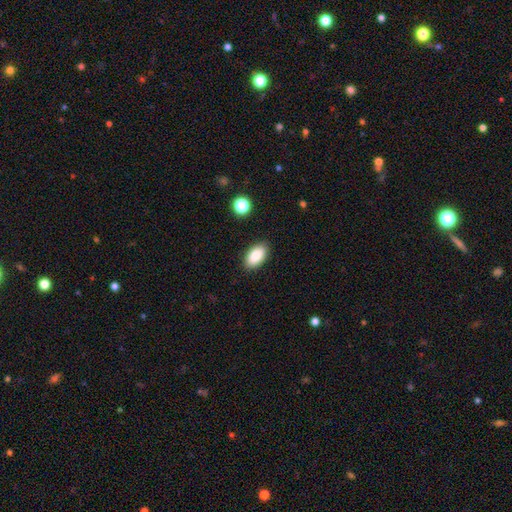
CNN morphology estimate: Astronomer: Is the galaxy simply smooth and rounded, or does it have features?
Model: smooth — 87%.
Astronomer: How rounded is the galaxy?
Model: in between — 94%.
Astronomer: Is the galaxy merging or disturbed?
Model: none — 88%.